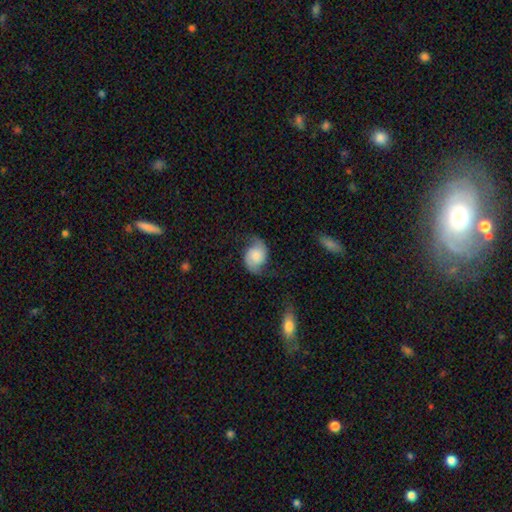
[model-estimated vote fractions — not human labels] Smooth or featured? Predicted: featured or disk (p=0.67). Edge-on disk? Predicted: no (p=0.98). Bar? Predicted: no (p=0.69). Spiral arms? Predicted: yes (p=0.93). Spiral winding? Predicted: loose (p=0.50). Spiral arm count? Predicted: 2 (p=0.92). Bulge size? Predicted: moderate (p=0.33). Merging? Predicted: none (p=0.64).